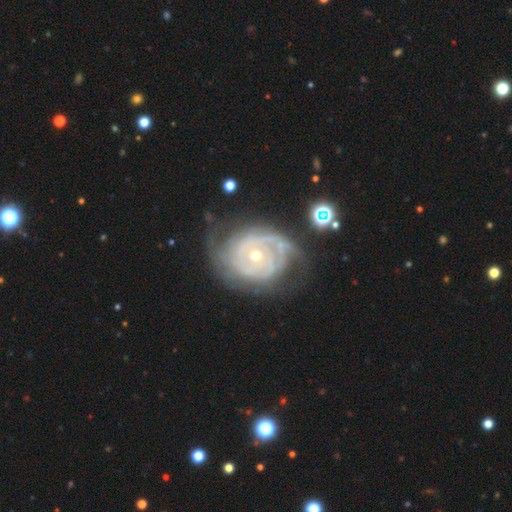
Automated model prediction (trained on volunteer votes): A featured or disk galaxy (88%) with no bar (77%), can't tell (30%, tied with 2) tight (74%) spiral arms (94%) and a small central bulge (55%).

Vote fractions:
- Smooth or featured? featured or disk: 88% / smooth: 7% / star or artifact: 5%
- Edge-on disk? no: 97% / yes: 3%
- Bar? no: 77% / weak: 18% / strong: 5%
- Spiral arms? yes: 94% / no: 6%
- Spiral winding? tight: 74% / medium: 21% / loose: 5%
- Spiral arm count? can't tell: 30% (tied) / 2: 30% (tied) / 3: 20% / 4: 8% / 1: 6% / more than 4: 5%
- Bulge size? small: 55% / moderate: 42% / large: 1% / none: 1% / dominant: 1%
- Merging? none: 58% / minor disturbance: 24% / major disturbance: 15% / merger: 3%